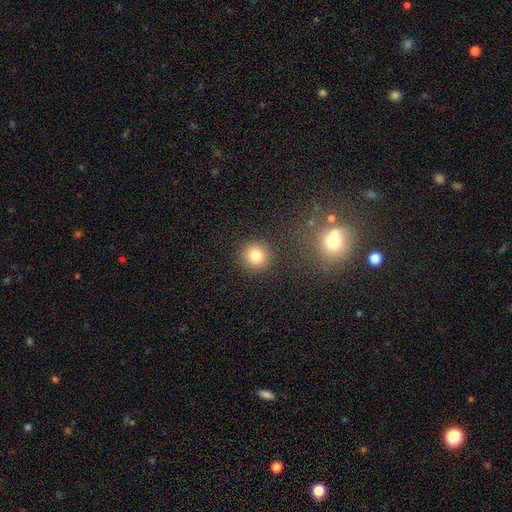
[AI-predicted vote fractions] smooth_or_featured: smooth (p=0.80) [alt: star or artifact p=0.13]
how_rounded: round (p=0.94) [alt: in between p=0.05]
merging: none (p=0.90) [alt: minor disturbance p=0.06]